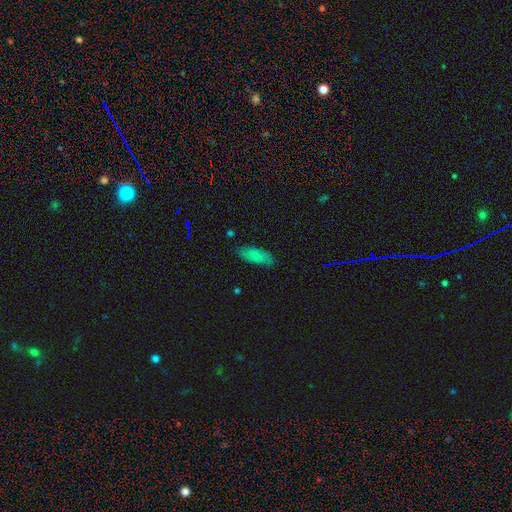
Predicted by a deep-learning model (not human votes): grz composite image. It shows a smooth galaxy with no disk features (73%) that is in between round and cigar-shaped (80%). Merging: none (79%).